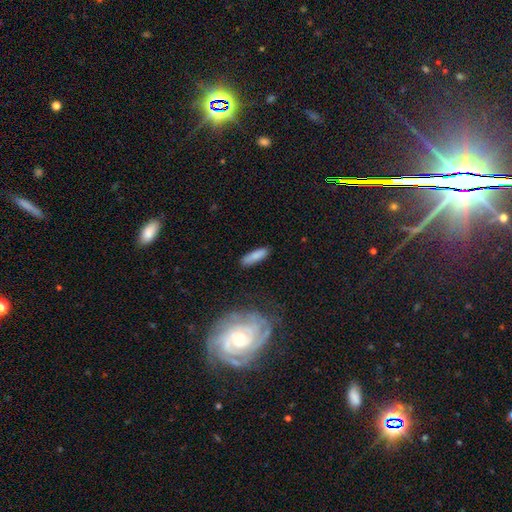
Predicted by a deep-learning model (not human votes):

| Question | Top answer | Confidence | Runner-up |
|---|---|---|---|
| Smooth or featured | smooth | 83% | featured or disk (10%) |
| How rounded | cigar-shaped | 56% | in between (42%) |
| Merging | none | 83% | minor disturbance (12%) |